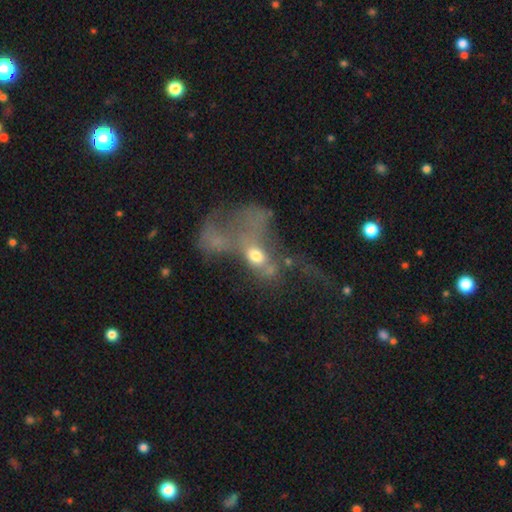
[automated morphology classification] Smooth or featured: featured or disk — 44% (smooth — 41%)
Merging: major disturbance — 48% (merger — 32%)